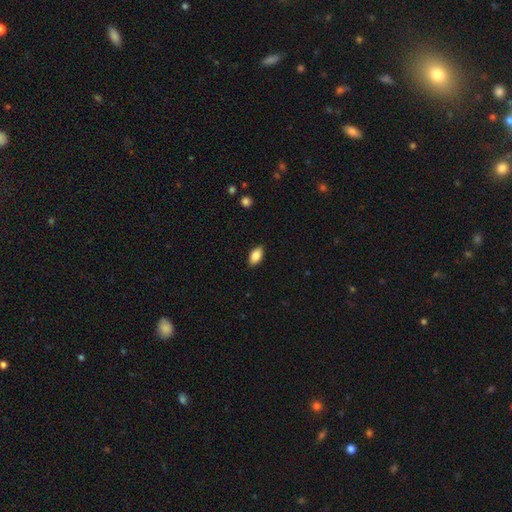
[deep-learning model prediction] Q: Smooth or featured?
A: smooth (85%); runner-up: featured or disk (8%)
Q: How rounded?
A: in between (91%); runner-up: round (5%)
Q: Merging?
A: none (88%); runner-up: minor disturbance (9%)